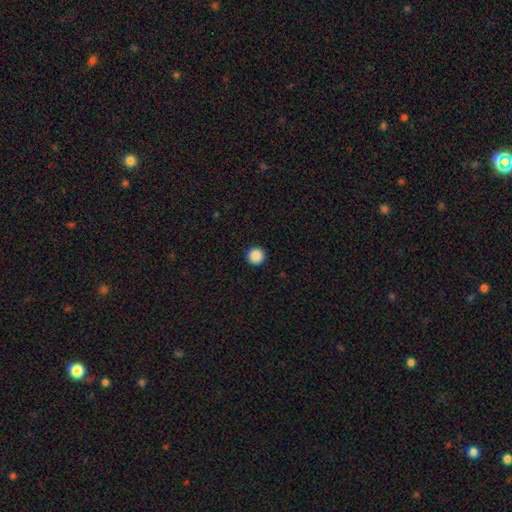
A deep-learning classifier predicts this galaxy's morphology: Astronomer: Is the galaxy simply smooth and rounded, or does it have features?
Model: smooth — 88%.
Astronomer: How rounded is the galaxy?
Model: round — 96%.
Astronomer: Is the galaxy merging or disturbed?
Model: none — 94%.